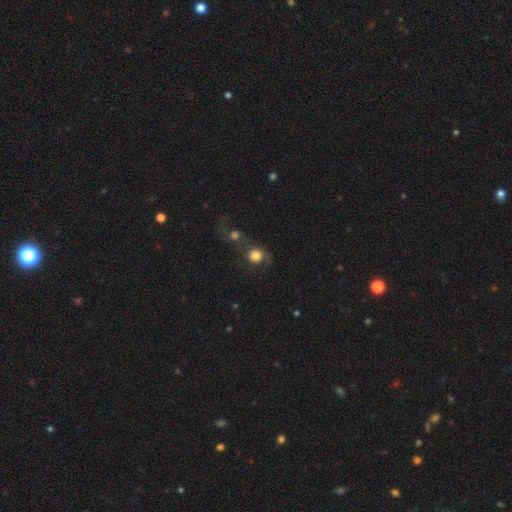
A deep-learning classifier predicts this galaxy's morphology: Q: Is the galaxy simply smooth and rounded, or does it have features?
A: smooth — 75%.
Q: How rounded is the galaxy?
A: round — 84%.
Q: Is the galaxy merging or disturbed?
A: merger — 47%.